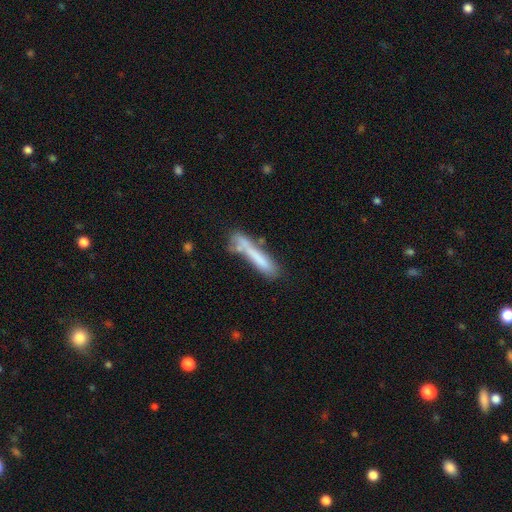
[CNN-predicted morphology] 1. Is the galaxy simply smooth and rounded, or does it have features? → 67% smooth, 25% featured or disk, 8% star or artifact.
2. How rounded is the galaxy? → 90% cigar-shaped, 8% in between, 1% round.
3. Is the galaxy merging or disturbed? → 50% none, 22% minor disturbance, 18% merger, 10% major disturbance.